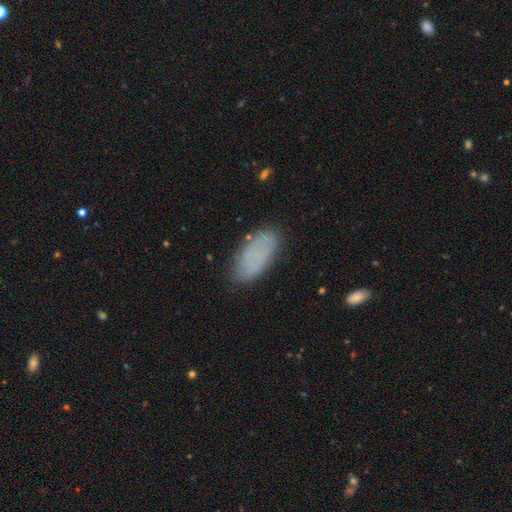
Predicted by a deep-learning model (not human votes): This is likely a smooth galaxy (73%). How rounded: clearly in between (92%). Merging: likely none (78%).